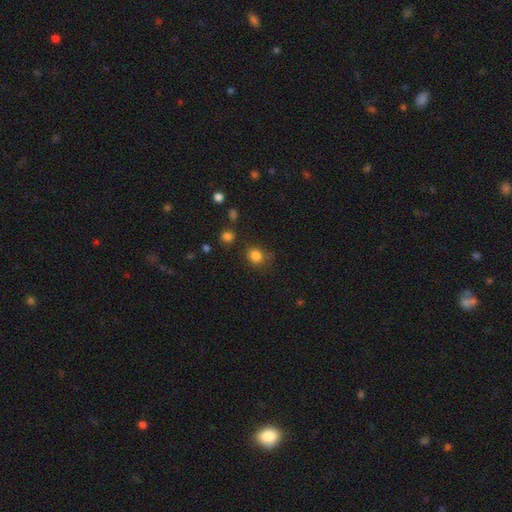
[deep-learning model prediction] Smooth or featured: smooth — 82% (star or artifact — 13%)
How rounded: round — 80% (in between — 19%)
Merging: none — 71% (minor disturbance — 18%)